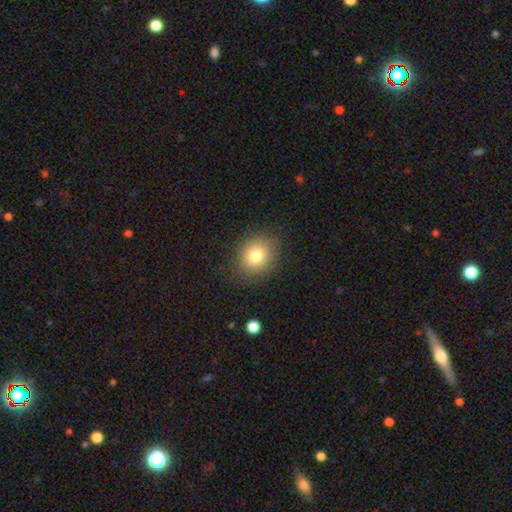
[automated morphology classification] Q: Smooth or featured?
A: smooth (79%); runner-up: star or artifact (11%)
Q: How rounded?
A: round (71%); runner-up: in between (28%)
Q: Merging?
A: none (84%); runner-up: minor disturbance (11%)